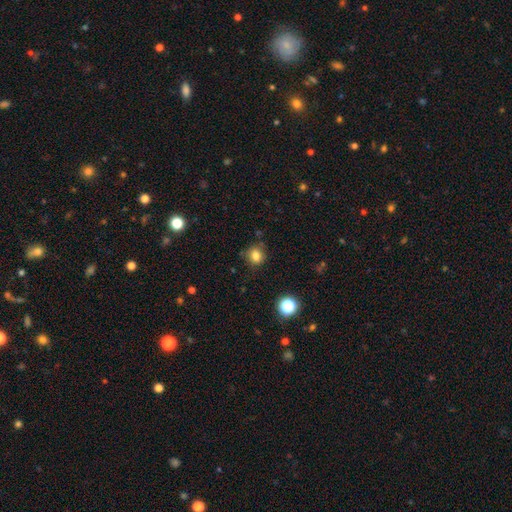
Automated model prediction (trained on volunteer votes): Smooth or featured: smooth — 82% (star or artifact — 13%)
How rounded: round — 80% (in between — 19%)
Merging: none — 82% (minor disturbance — 13%)